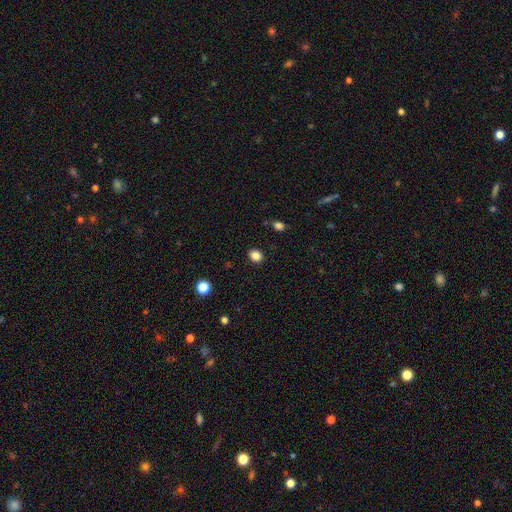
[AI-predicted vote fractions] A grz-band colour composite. It shows a smooth galaxy with no disk features (85%) that is round (57%). Merging: none (90%).